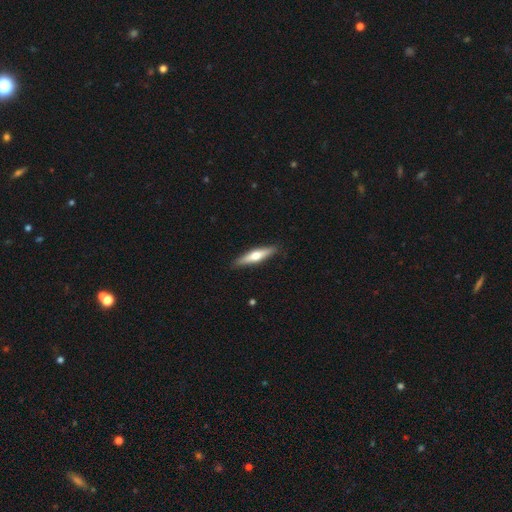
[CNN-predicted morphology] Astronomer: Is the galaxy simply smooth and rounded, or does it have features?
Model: featured or disk — 52% (runner-up: smooth, 43%).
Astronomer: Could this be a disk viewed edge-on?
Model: yes — 94%.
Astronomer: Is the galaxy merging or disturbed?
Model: none — 90%.